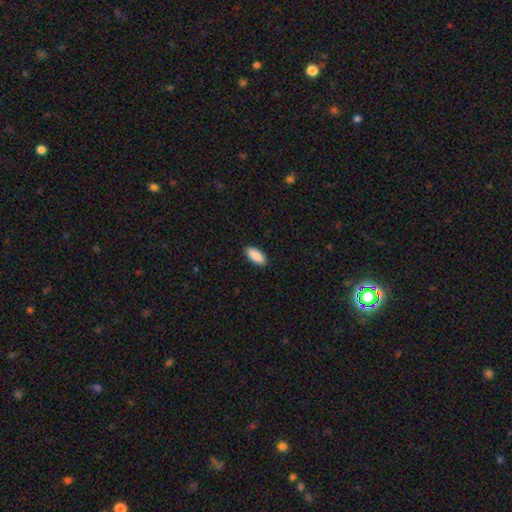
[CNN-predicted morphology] Smooth or featured: smooth — 91% (star or artifact — 6%)
How rounded: in between — 90% (cigar-shaped — 8%)
Merging: none — 90% (minor disturbance — 7%)